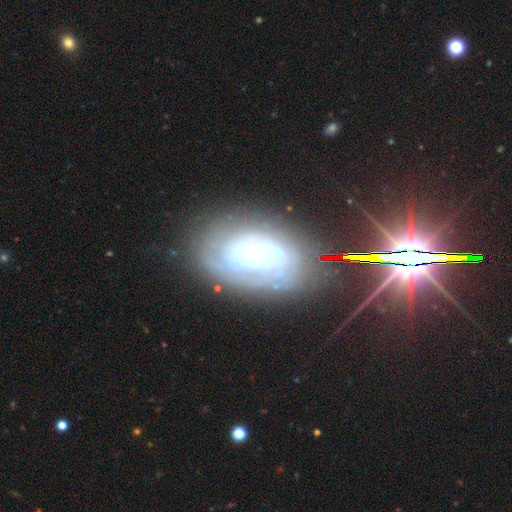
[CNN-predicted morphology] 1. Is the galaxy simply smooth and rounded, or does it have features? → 61% featured or disk, 22% smooth, 17% star or artifact.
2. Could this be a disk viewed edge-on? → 94% no, 6% yes.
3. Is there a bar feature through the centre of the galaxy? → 80% no, 13% weak, 6% strong.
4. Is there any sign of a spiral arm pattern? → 72% yes, 28% no.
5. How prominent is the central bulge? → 41% none, 21% small, 17% large, 11% dominant, 11% moderate.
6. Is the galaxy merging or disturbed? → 68% none, 20% minor disturbance, 10% major disturbance, 2% merger.